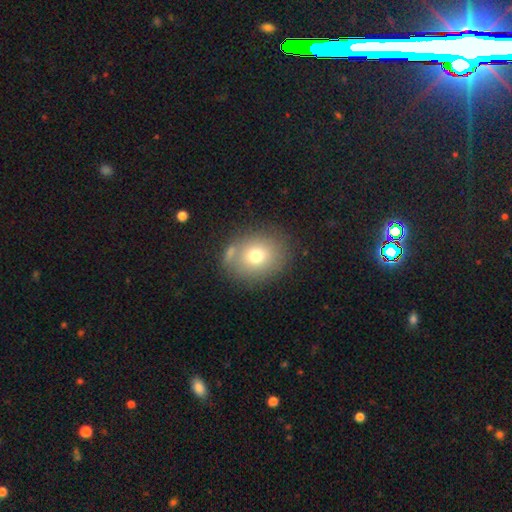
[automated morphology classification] smooth 74%, featured or disk 15%, star or artifact 11%. Down the decision tree: how rounded — round (65%); merging — none (73%).